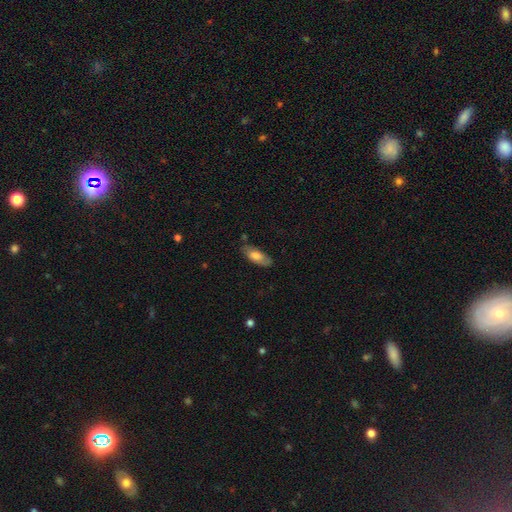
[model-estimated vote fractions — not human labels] A smooth galaxy with no disk features (72%) that is in between round and cigar-shaped (81%). Merging: none (73%).